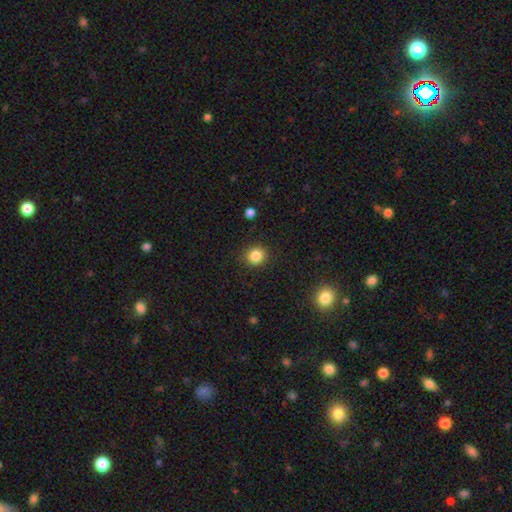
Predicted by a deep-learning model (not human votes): Overall: smooth (85%). How rounded: round (85%). Merging: none (88%).